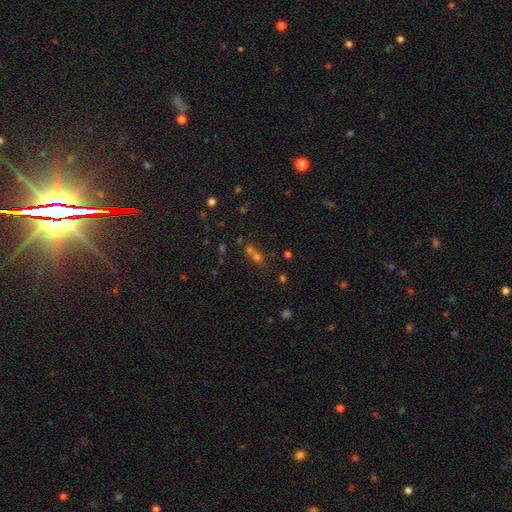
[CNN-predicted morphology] Overall: smooth (44%; star or artifact 41%). Merging: none (45%; merger 41%).